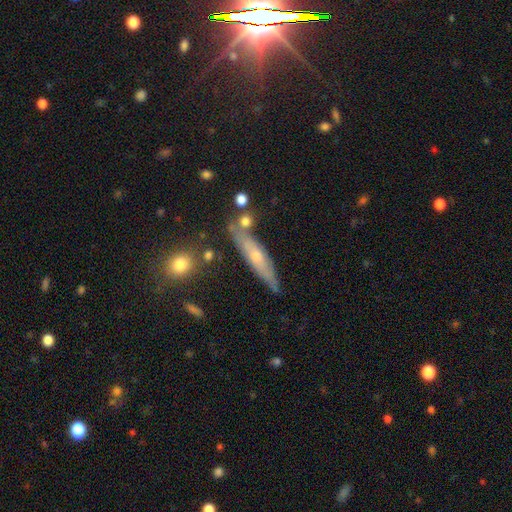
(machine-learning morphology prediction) smooth-or-featured: featured or disk: 53% | smooth: 38% | star or artifact: 9%
  disk-edge-on: yes: 78% | no: 22%
  merging: none: 76% | minor disturbance: 16% | merger: 5% | major disturbance: 3%